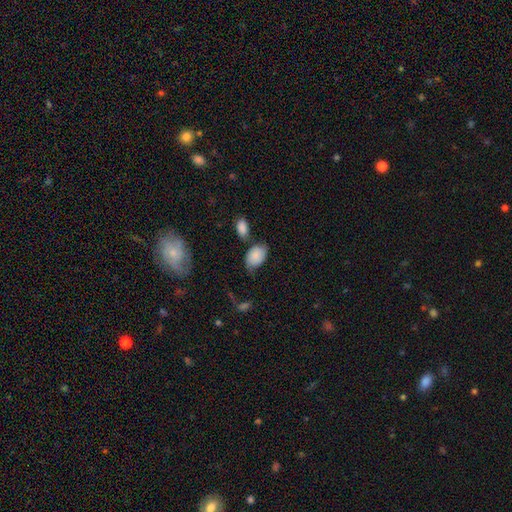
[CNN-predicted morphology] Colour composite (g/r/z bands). It shows a smooth galaxy with no disk features (82%) that is in between round and cigar-shaped (85%). Merging: none (51%).